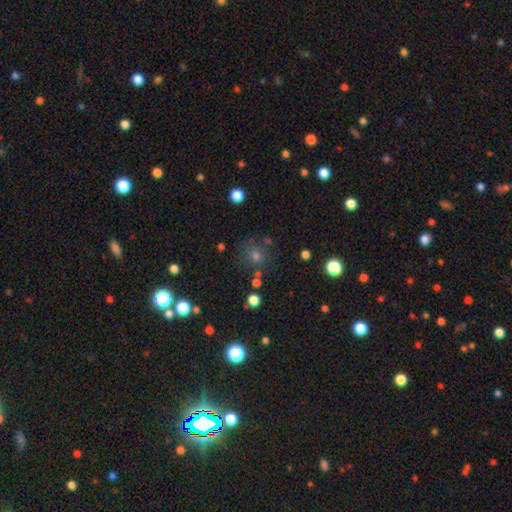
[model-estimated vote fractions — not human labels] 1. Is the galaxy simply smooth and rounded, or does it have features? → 61% smooth, 29% star or artifact, 10% featured or disk.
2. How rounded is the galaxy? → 90% round, 9% in between, 1% cigar-shaped.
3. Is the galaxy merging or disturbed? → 79% none, 11% minor disturbance, 6% merger, 5% major disturbance.